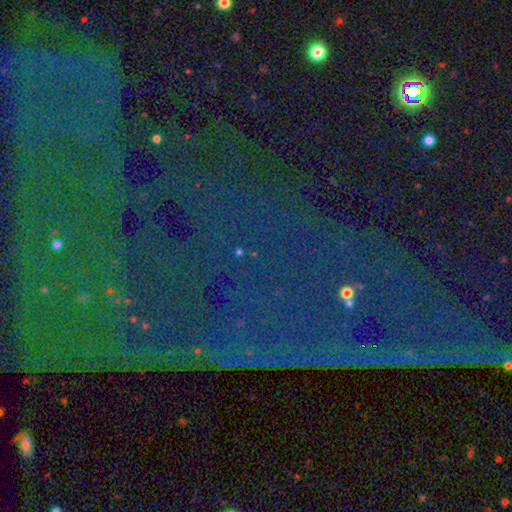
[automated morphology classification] smooth_or_featured: star or artifact (p=0.85) [alt: featured or disk p=0.08]